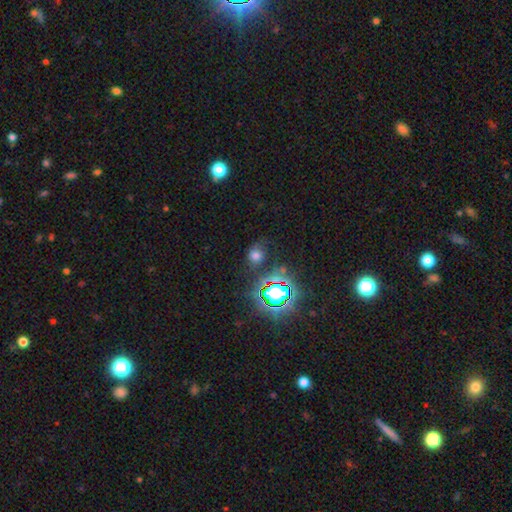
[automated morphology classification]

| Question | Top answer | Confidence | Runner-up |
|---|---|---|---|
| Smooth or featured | smooth | 56% | star or artifact (32%) |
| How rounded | round | 64% | in between (35%) |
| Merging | none | 61% | minor disturbance (21%) |